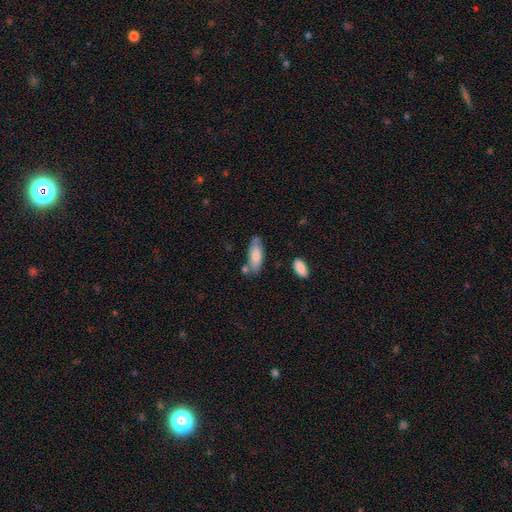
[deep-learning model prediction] smooth_or_featured: smooth (p=0.75) [alt: featured or disk p=0.19]
how_rounded: in between (p=0.69) [alt: cigar-shaped p=0.29]
merging: none (p=0.67) [alt: minor disturbance p=0.19]